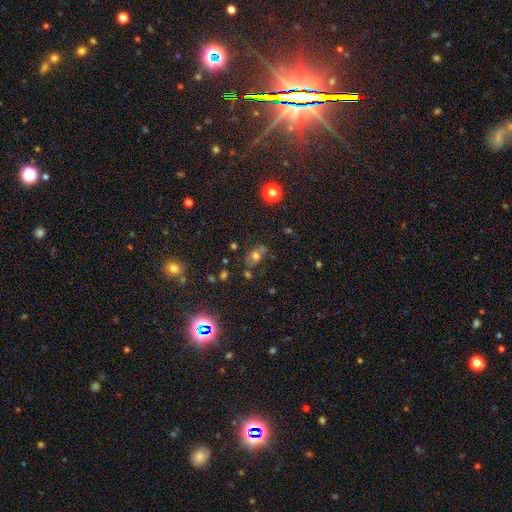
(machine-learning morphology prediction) Smooth or featured: smooth — 58% (featured or disk — 25%)
How rounded: in between — 77% (round — 20%)
Merging: none — 60% (minor disturbance — 22%)